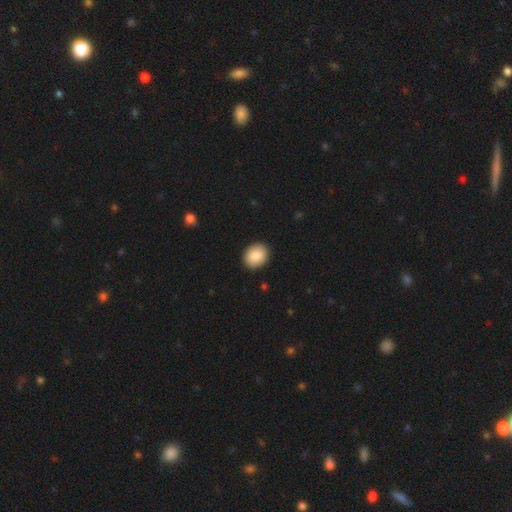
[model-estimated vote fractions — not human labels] smooth 86%, star or artifact 7%, featured or disk 7%. Down the decision tree: how rounded — round (54%); merging — none (91%).